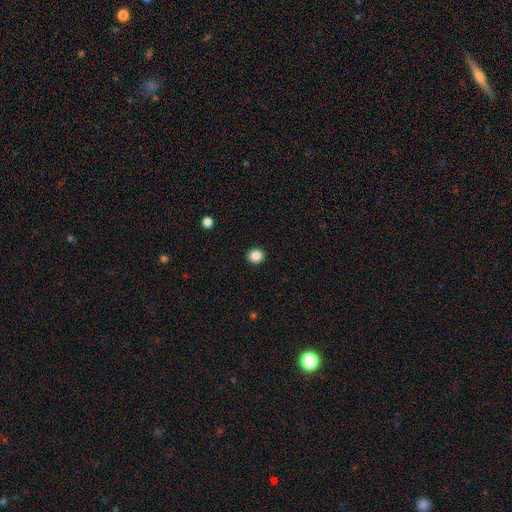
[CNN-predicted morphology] A smooth galaxy with no disk features (86%) that is round (91%). Merging: none (93%).